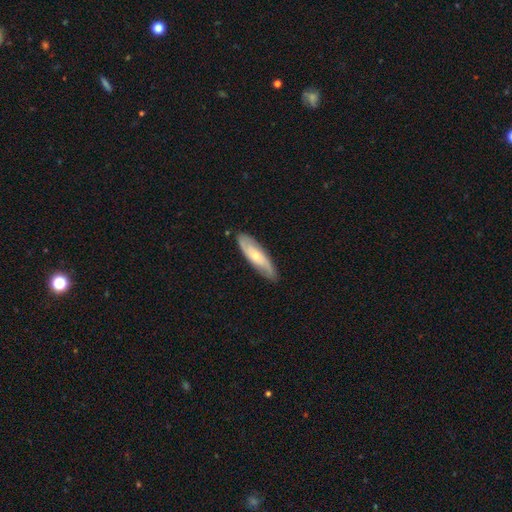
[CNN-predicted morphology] Overall: featured or disk (56%; smooth 38%). Edge-on disk: no (72%). Merging: none (83%).